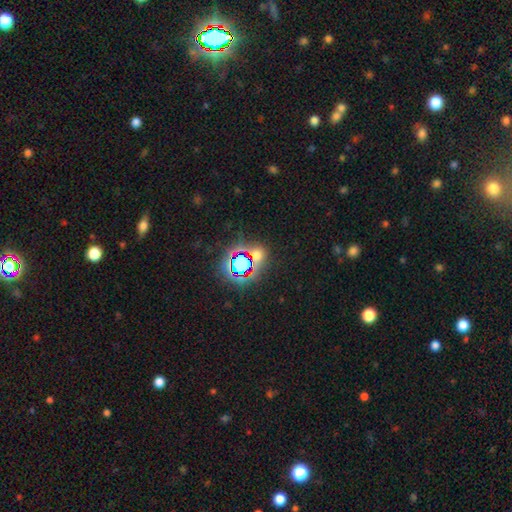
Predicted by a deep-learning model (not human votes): Morphology: type=star or artifact (58%).